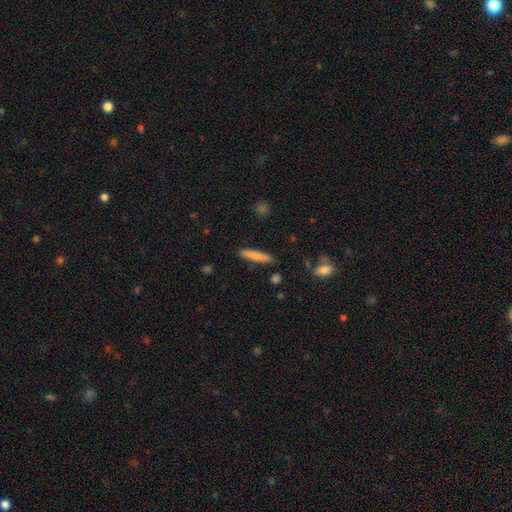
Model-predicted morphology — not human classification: Smooth or featured? Predicted: smooth (p=0.78). How rounded? Predicted: cigar-shaped (p=0.88). Merging? Predicted: none (p=0.87).